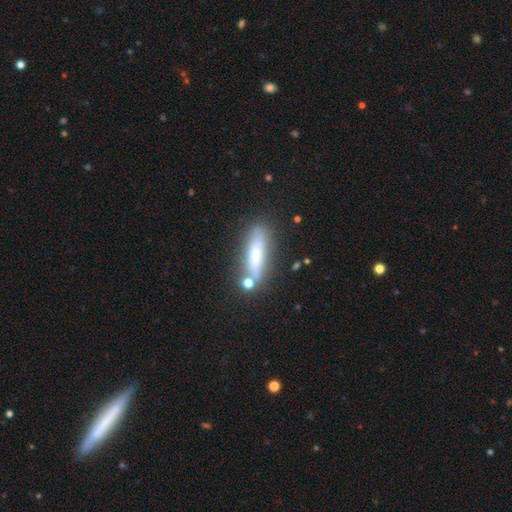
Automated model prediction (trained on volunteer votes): smooth_or_featured: smooth (p=0.61) [alt: featured or disk p=0.30]
how_rounded: cigar-shaped (p=0.66) [alt: in between p=0.31]
merging: none (p=0.67) [alt: minor disturbance p=0.16]